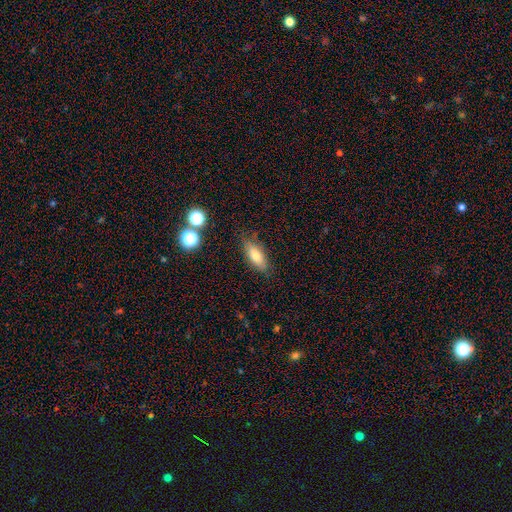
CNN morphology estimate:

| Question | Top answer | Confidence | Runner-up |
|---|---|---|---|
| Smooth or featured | smooth | 74% | featured or disk (17%) |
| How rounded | in between | 72% | cigar-shaped (25%) |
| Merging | none | 80% | minor disturbance (14%) |